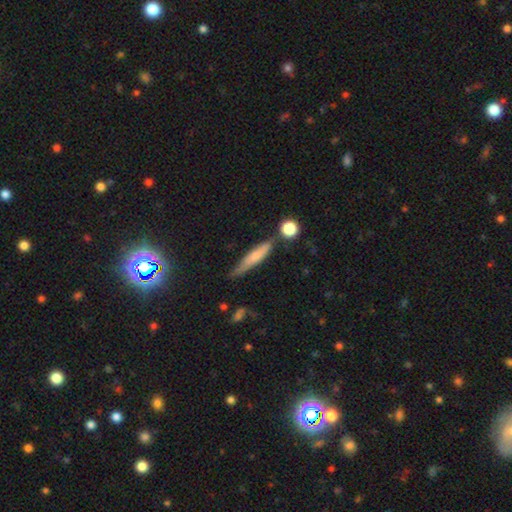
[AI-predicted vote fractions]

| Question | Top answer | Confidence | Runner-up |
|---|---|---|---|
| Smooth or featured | smooth | 61% | featured or disk (32%) |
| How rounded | cigar-shaped | 85% | in between (12%) |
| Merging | none | 64% | minor disturbance (22%) |